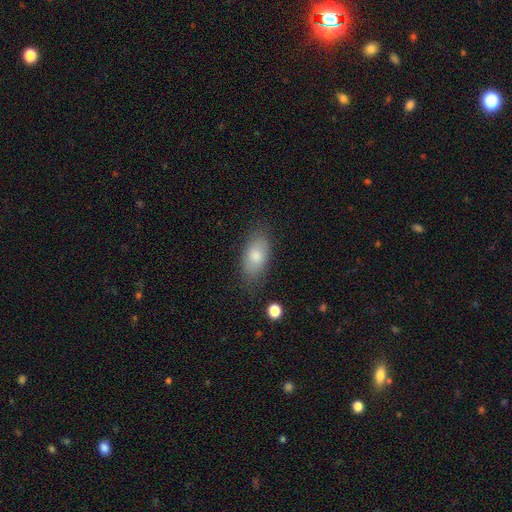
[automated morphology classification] smooth 79%, featured or disk 13%, star or artifact 7%. Down the decision tree: how rounded — in between (90%); merging — none (78%).